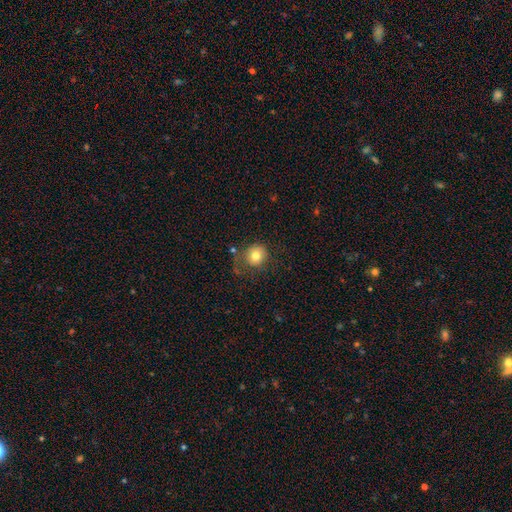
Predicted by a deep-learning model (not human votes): A smooth galaxy with no disk features (78%) that is round (83%). Merging: none (61%).